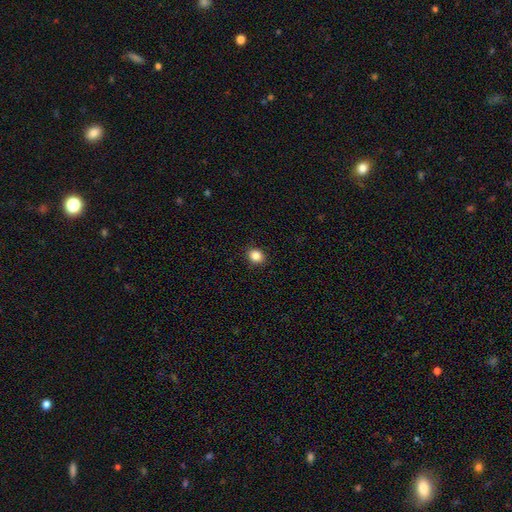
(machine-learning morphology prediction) Q: Smooth or featured?
A: smooth (86%); runner-up: star or artifact (10%)
Q: How rounded?
A: round (65%); runner-up: in between (34%)
Q: Merging?
A: none (90%); runner-up: minor disturbance (7%)